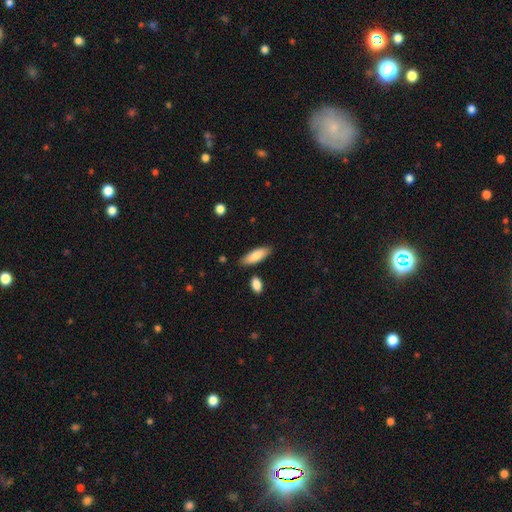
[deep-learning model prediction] The model was most divided on "how rounded": in between: 61%, cigar-shaped: 37%, round: 2%. More confident: smooth or featured — smooth (83%); merging — none (82%).